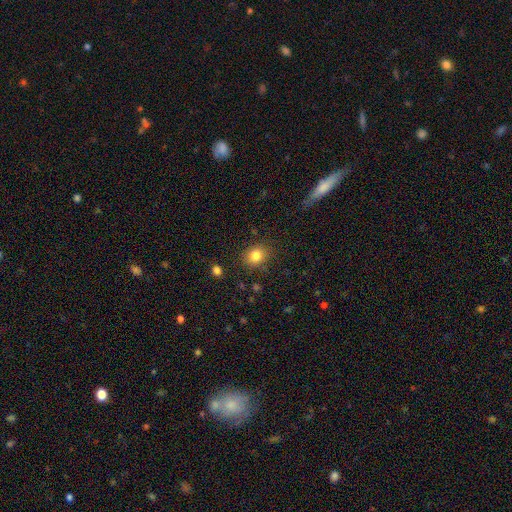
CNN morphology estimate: Smooth or featured? Predicted: smooth (p=0.83). How rounded? Predicted: round (p=0.67). Merging? Predicted: none (p=0.85).